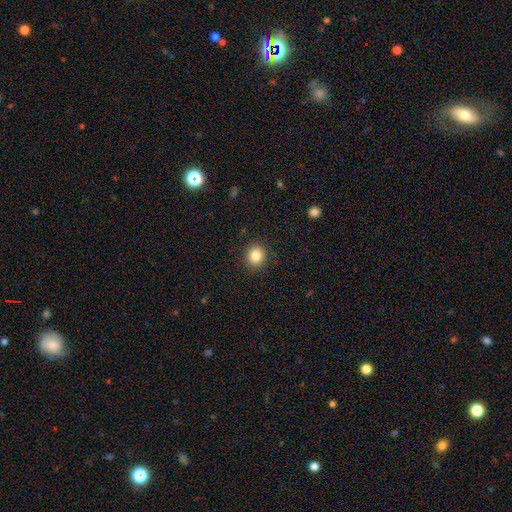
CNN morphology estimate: Smooth or featured?
  - smooth: 85% *
  - star or artifact: 10%
  - featured or disk: 5%
How rounded?
  - round: 84% *
  - in between: 15%
  - cigar-shaped: 1%
Merging?
  - none: 91% *
  - minor disturbance: 6%
  - major disturbance: 2%
  - merger: 1%